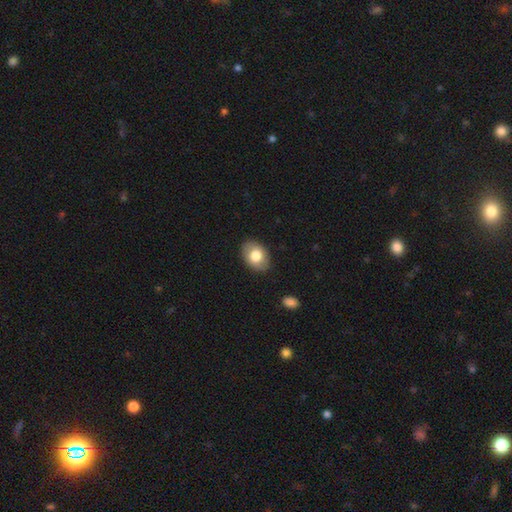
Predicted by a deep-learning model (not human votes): smooth 77%, featured or disk 17%, star or artifact 7%. Down the decision tree: how rounded — in between (80%); merging — none (87%).